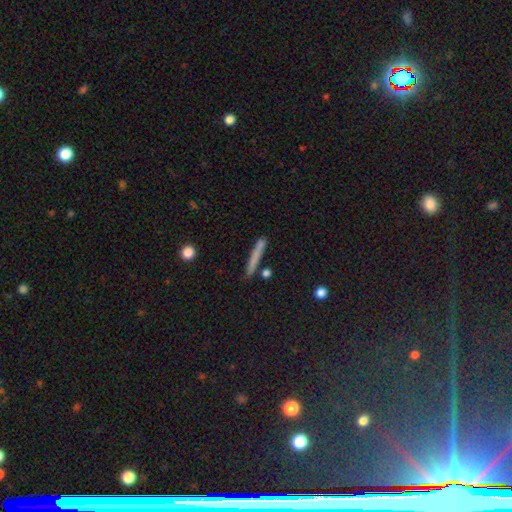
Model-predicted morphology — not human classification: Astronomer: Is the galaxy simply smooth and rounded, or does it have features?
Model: smooth — 71%.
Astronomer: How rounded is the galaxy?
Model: cigar-shaped — 95%.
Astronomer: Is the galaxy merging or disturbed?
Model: none — 82%.